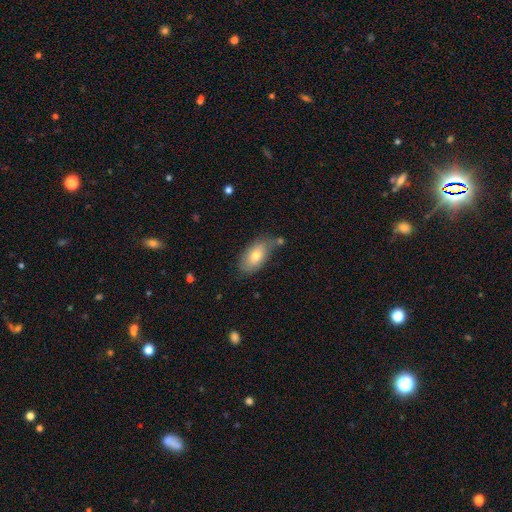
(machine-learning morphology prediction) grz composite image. It shows a smooth galaxy with no disk features (74%) that is in between round and cigar-shaped (92%). Merging: none (62%).